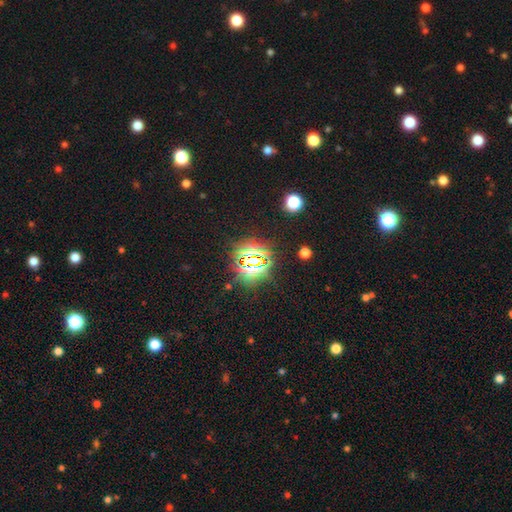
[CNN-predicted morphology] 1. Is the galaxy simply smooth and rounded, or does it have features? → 80% star or artifact, 13% smooth, 7% featured or disk.